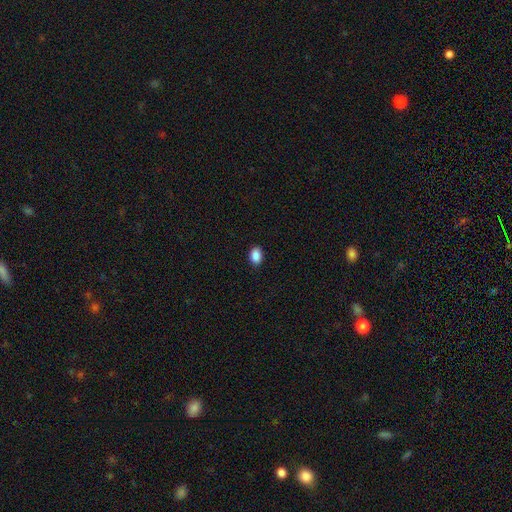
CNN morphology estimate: This is clearly a smooth galaxy (89%). How rounded: clearly in between (83%). Merging: clearly none (89%).